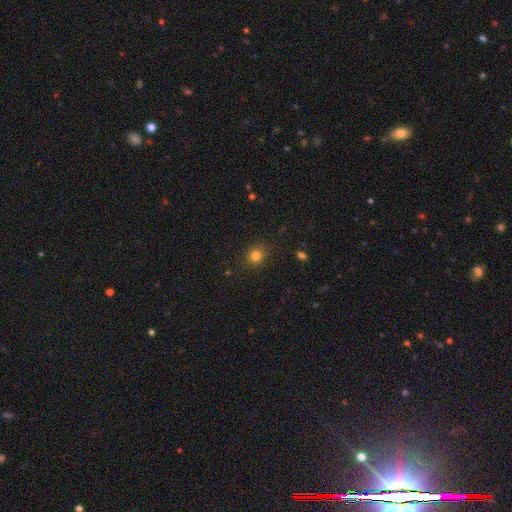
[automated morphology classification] Overall: smooth (80%). How rounded: round (77%). Merging: none (88%).